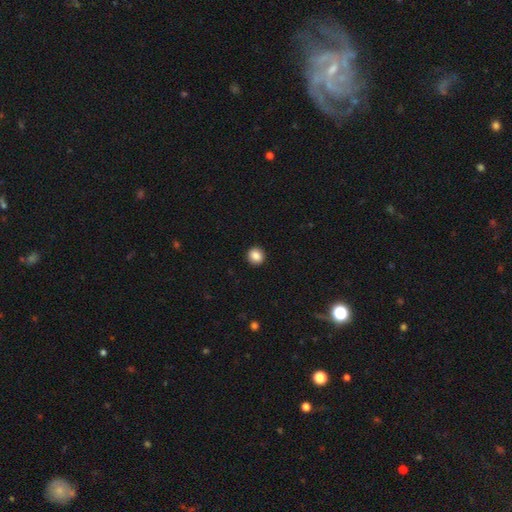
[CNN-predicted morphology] Smooth or featured? smooth (87%)
How rounded? round (89%)
Merging? none (93%)